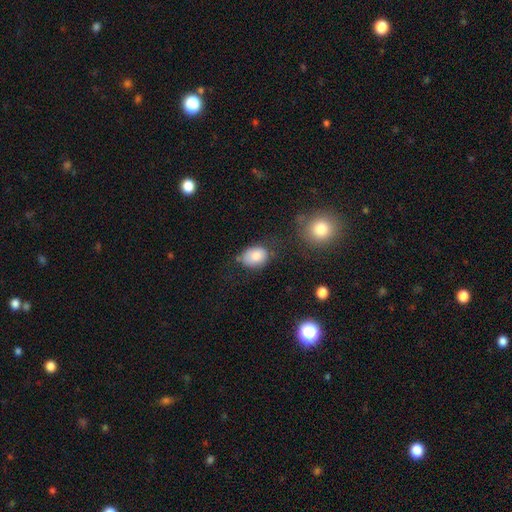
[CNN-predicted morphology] A smooth galaxy with no disk features (81%) that is in between round and cigar-shaped (72%). Merging: none (60%).